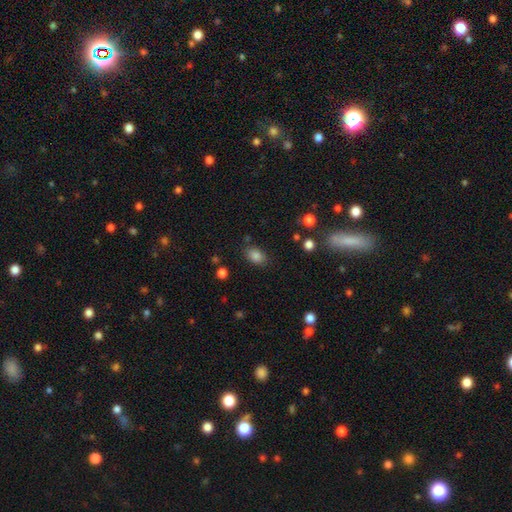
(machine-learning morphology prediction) Smooth or featured?
  - smooth: 84% *
  - star or artifact: 10%
  - featured or disk: 6%
How rounded?
  - in between: 82% *
  - round: 17%
  - cigar-shaped: 1%
Merging?
  - none: 80% *
  - minor disturbance: 13%
  - major disturbance: 4%
  - merger: 3%